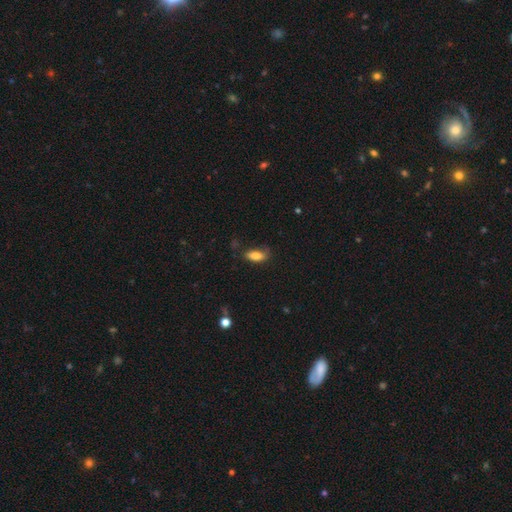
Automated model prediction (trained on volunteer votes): This is clearly a smooth galaxy (82%). How rounded: clearly in between (83%). Merging: likely none (63%).